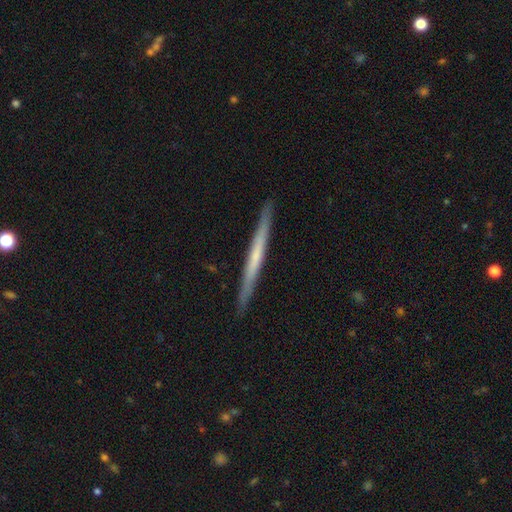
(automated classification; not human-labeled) A featured or disk galaxy (52%) viewed edge-on (97%) with no central bulge (82%).

Vote fractions:
- Smooth or featured? featured or disk: 52% / smooth: 43% / star or artifact: 5%
- Edge-on disk? yes: 97% / no: 3%
- Edge-on bulge? none: 82% / rounded: 13% / boxy: 5%
- Merging? none: 92% / minor disturbance: 6% / major disturbance: 1% / merger: 1%